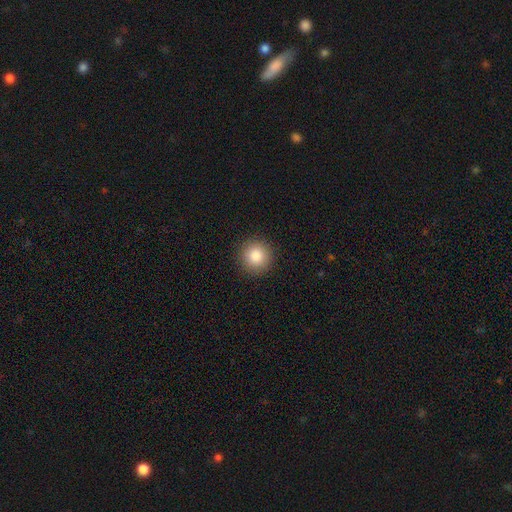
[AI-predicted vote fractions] Morphology: type=smooth (85%); roundness=round (95%); merging=none (92%).